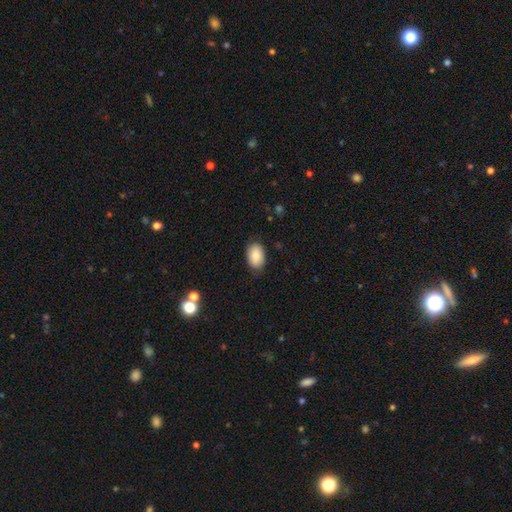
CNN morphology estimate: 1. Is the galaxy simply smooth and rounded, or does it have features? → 85% smooth, 8% featured or disk, 7% star or artifact.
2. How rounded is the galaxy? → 89% in between, 10% round, 1% cigar-shaped.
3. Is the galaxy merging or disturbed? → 82% none, 14% minor disturbance, 3% major disturbance, 1% merger.